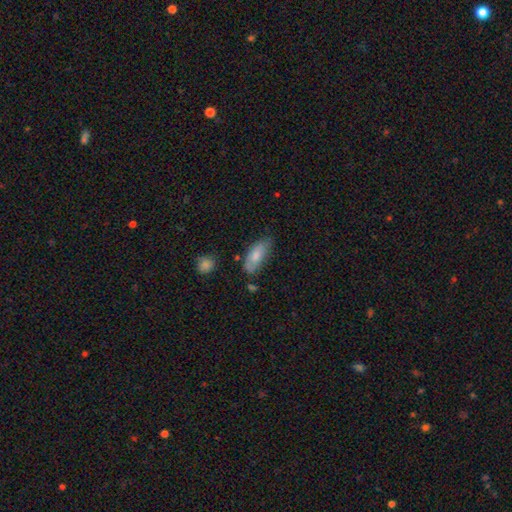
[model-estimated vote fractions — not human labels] smooth_or_featured: smooth (p=0.75) [alt: featured or disk p=0.19]
how_rounded: in between (p=0.84) [alt: cigar-shaped p=0.14]
merging: none (p=0.64) [alt: minor disturbance p=0.27]